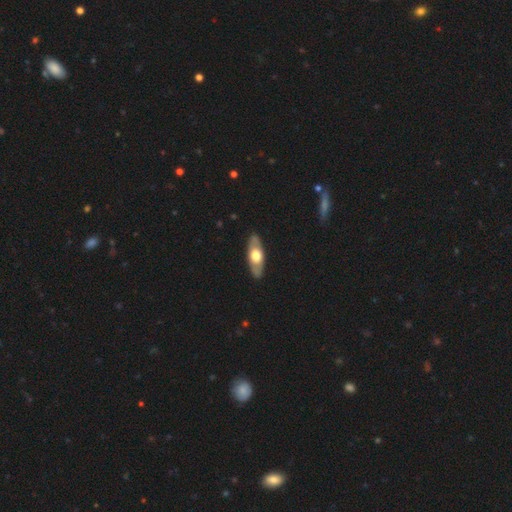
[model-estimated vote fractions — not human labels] This appears to be a smooth galaxy with no disk features (48%, tied with featured or disk). Merging: none (88%).